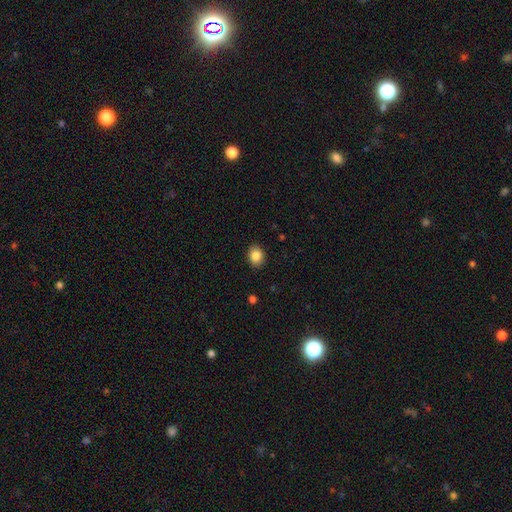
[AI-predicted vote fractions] Smooth or featured? Predicted: smooth (p=0.85). How rounded? Predicted: in between (p=0.51). Merging? Predicted: none (p=0.90).